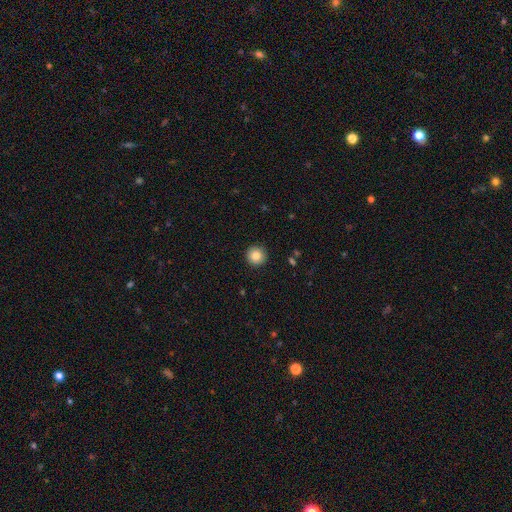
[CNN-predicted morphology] Smooth or featured?
  - smooth: 85% *
  - star or artifact: 9%
  - featured or disk: 6%
How rounded?
  - round: 96% *
  - in between: 4%
  - cigar-shaped: 1%
Merging?
  - none: 92% *
  - minor disturbance: 5%
  - major disturbance: 2%
  - merger: 1%